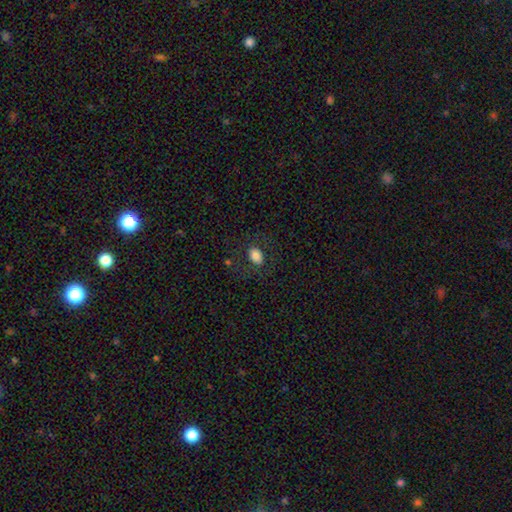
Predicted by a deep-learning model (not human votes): Morphology: type=smooth (79%); roundness=in between (79%); merging=none (80%).